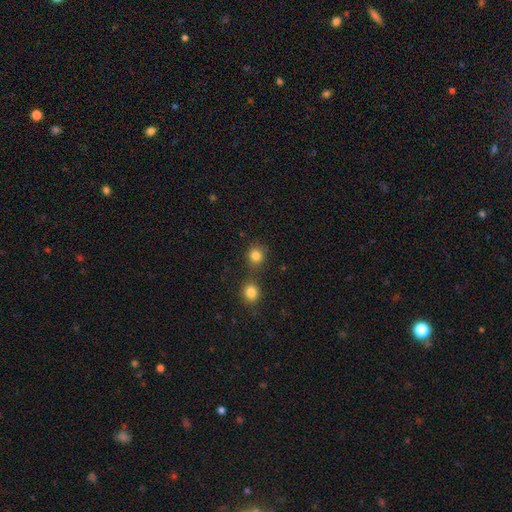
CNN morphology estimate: Smooth or featured? Predicted: smooth (p=0.83). How rounded? Predicted: round (p=0.87). Merging? Predicted: none (p=0.66).